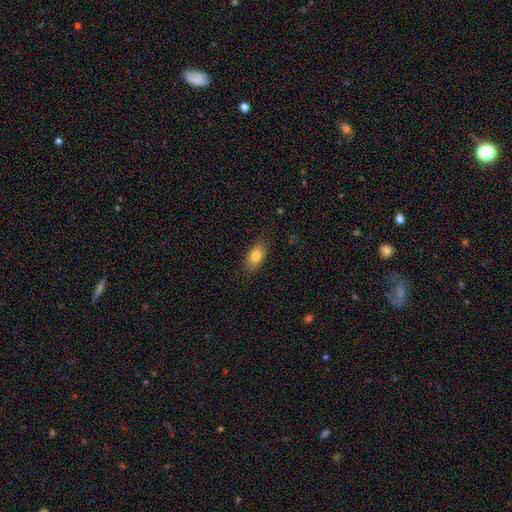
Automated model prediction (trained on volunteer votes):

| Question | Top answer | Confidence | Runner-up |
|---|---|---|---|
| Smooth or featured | smooth | 81% | featured or disk (12%) |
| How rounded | in between | 89% | cigar-shaped (5%) |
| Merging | none | 84% | minor disturbance (12%) |